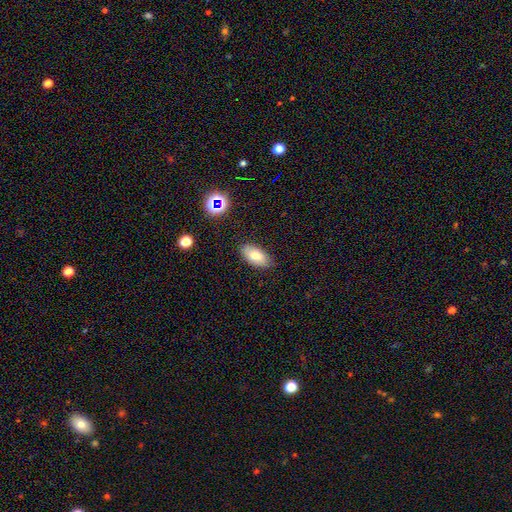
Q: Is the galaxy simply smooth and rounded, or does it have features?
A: smooth — 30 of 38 (79%).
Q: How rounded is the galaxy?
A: in between — 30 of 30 (100%).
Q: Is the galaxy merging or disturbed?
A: none — 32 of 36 (89%).